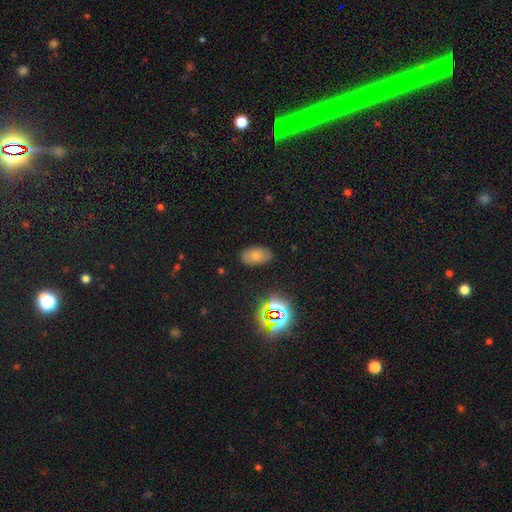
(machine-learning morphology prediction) A smooth galaxy with no disk features (70%) that is in between round and cigar-shaped (92%).

Vote fractions:
- Smooth or featured? smooth: 70% / star or artifact: 17% / featured or disk: 13%
- How rounded? in between: 92% / round: 6% / cigar-shaped: 2%
- Merging? none: 83% / minor disturbance: 12% / major disturbance: 3% / merger: 2%